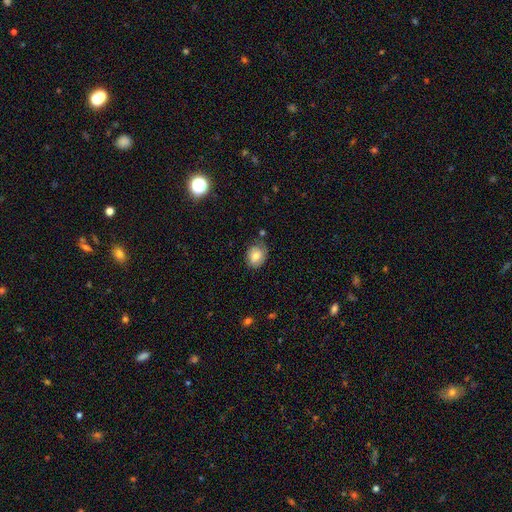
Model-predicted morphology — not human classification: This is likely a smooth galaxy (73%). How rounded: possibly round (52%). Merging: likely none (70%).